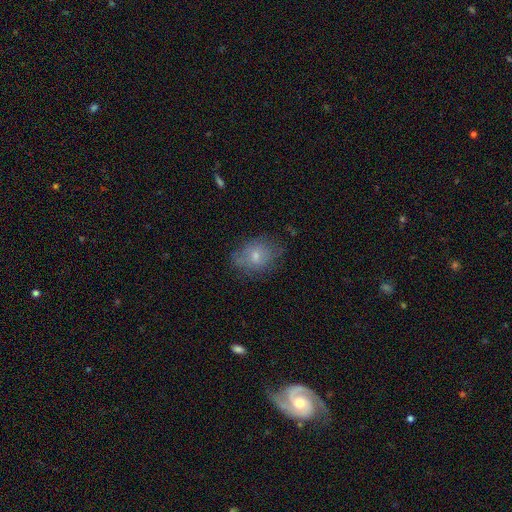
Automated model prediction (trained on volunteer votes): This appears to be a smooth galaxy with no disk features (59%) that is in between round and cigar-shaped (63%). Merging: none (67%).